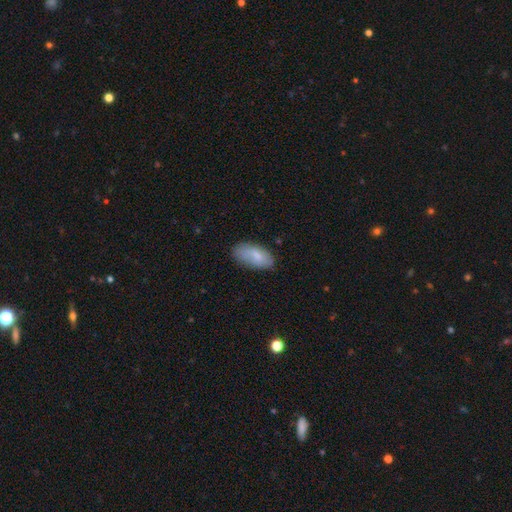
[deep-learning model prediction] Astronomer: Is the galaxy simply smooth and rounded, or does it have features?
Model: smooth — 76%.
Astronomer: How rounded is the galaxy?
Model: in between — 93%.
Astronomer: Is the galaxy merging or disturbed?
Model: none — 71%.